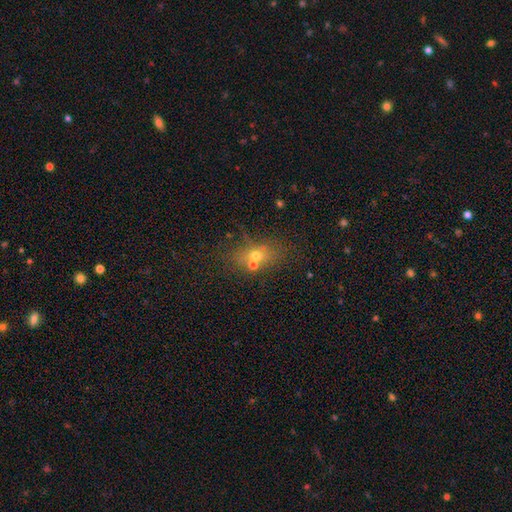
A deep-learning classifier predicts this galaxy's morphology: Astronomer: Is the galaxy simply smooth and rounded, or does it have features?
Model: smooth — 48% (runner-up: star or artifact, 31%).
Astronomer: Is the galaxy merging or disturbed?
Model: none — 54%.